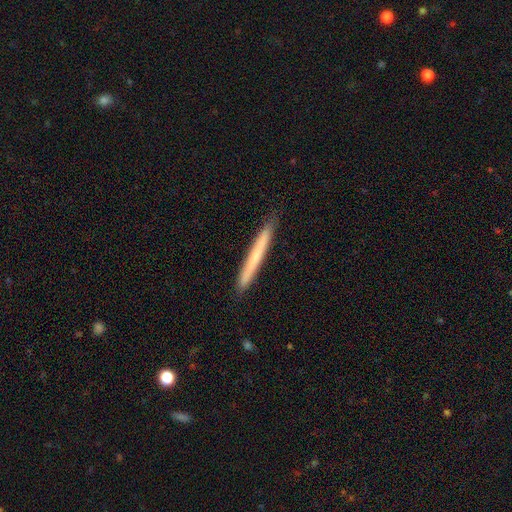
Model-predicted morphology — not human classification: Overall: smooth (58%; featured or disk 36%). How rounded: cigar-shaped (97%). Merging: none (90%).